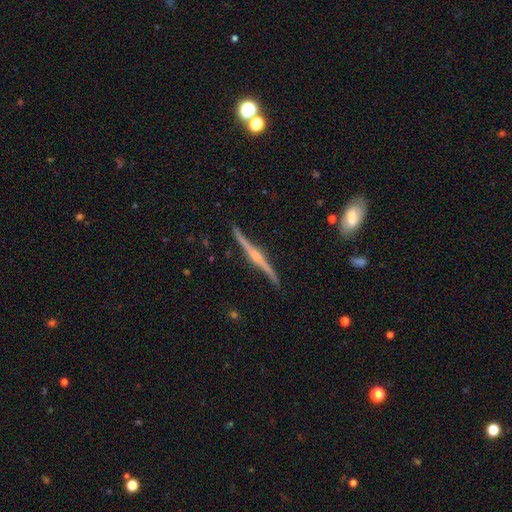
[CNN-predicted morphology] This is clearly a featured or disk galaxy (85%). It is clearly viewed edge-on (97%). Edge-on bulge: clearly rounded (83%). Merging: clearly none (86%).